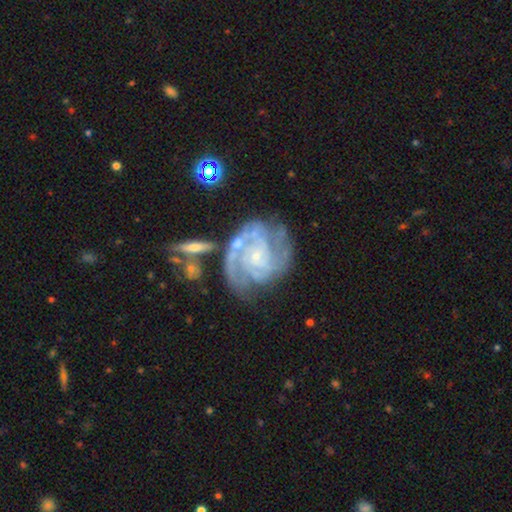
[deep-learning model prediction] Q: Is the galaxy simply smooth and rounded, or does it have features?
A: featured or disk — 89%.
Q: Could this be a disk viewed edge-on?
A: no — 98%.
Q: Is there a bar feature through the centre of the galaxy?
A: no — 70%.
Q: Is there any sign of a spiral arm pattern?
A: yes — 97%.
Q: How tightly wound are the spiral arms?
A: tight — 63%.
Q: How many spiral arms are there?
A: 2 — 30%.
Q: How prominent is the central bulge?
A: small — 83%.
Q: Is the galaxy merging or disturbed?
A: none — 56%.